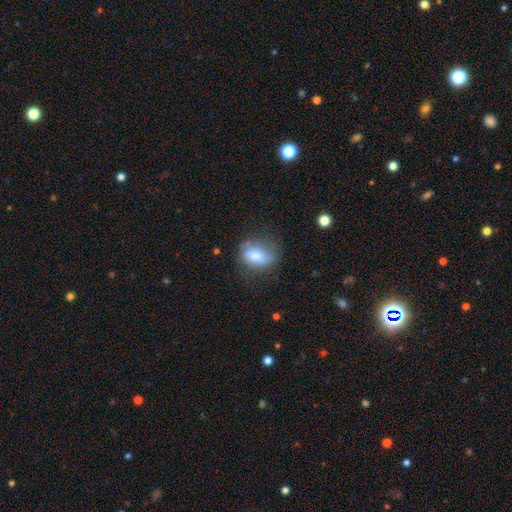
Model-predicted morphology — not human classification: Overall: smooth (69%). How rounded: in between (76%). Merging: none (56%; minor disturbance 28%).